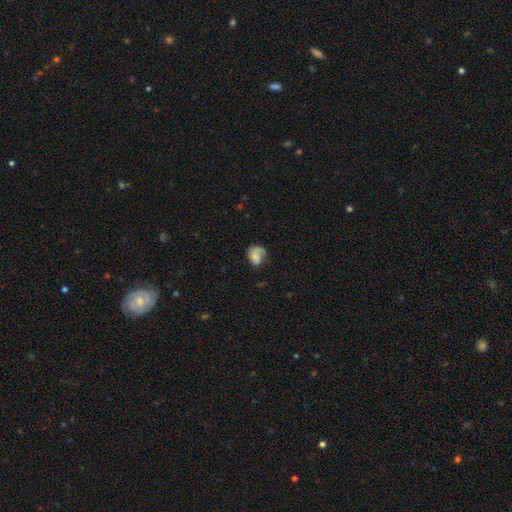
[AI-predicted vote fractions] A smooth galaxy with no disk features (50%).

Vote fractions:
- Smooth or featured? smooth: 50% / featured or disk: 41% / star or artifact: 9%
- Merging? none: 39% / major disturbance: 30% / minor disturbance: 25% / merger: 6%